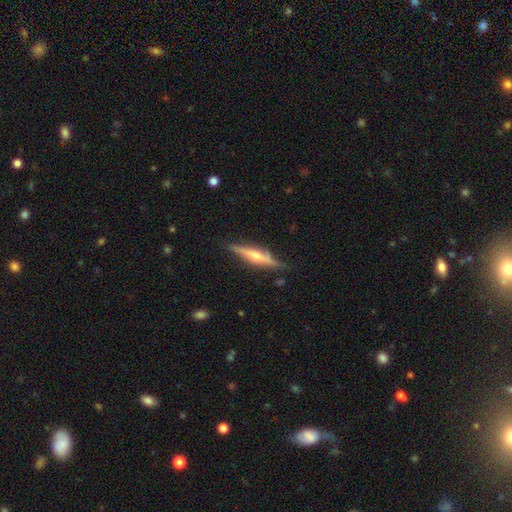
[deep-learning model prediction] Smooth or featured? featured or disk (70%)
Edge-on disk? yes (96%)
Edge-on bulge? rounded (80%)
Merging? none (82%)